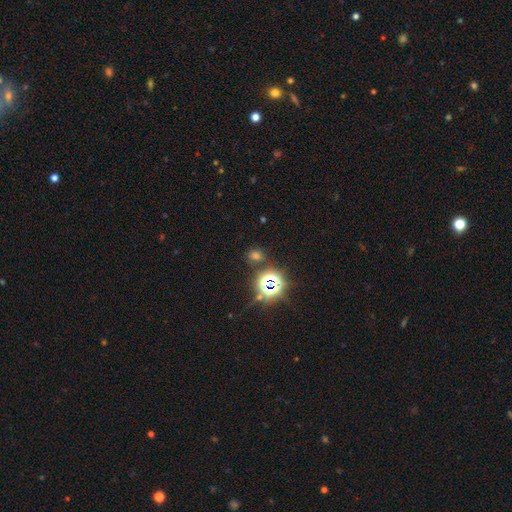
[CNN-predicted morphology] Q: Smooth or featured?
A: star or artifact (47%); runner-up: smooth (46%)